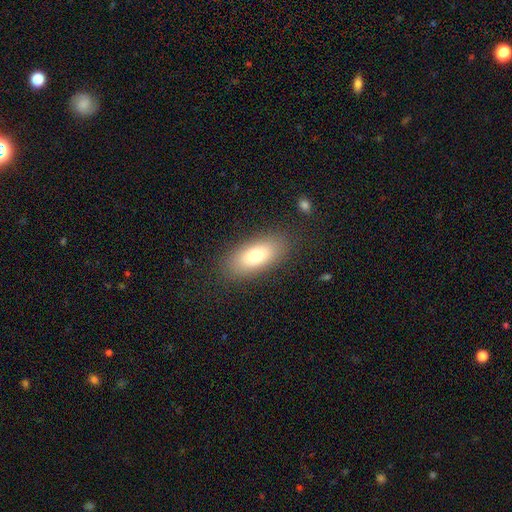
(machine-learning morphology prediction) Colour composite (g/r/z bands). It shows a smooth galaxy with no disk features (74%) that is in between round and cigar-shaped (85%). Merging: none (84%).